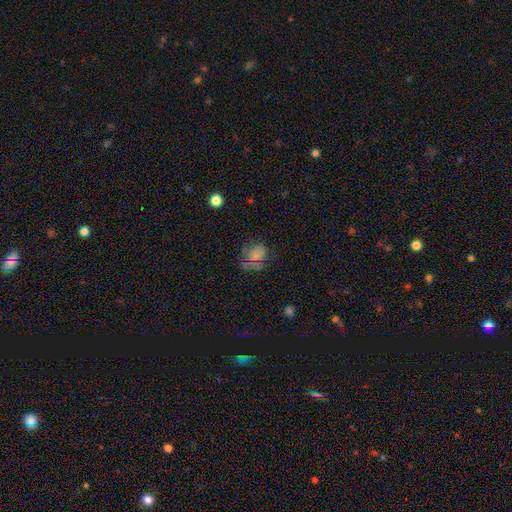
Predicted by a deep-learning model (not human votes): Smooth or featured: smooth — 67% (featured or disk — 17%)
How rounded: round — 64% (in between — 35%)
Merging: none — 54% (minor disturbance — 24%)